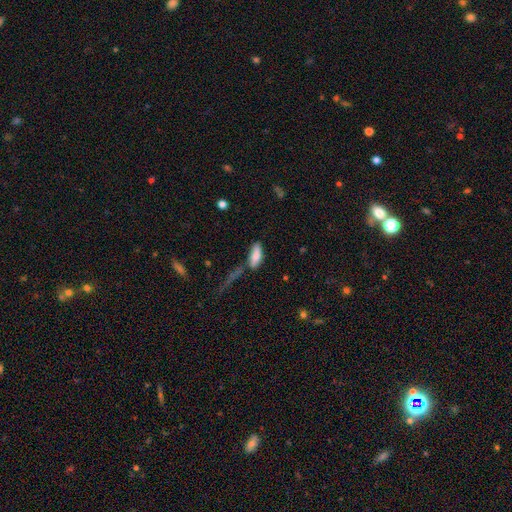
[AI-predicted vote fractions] smooth_or_featured: smooth (p=0.79) [alt: featured or disk p=0.14]
how_rounded: in between (p=0.69) [alt: cigar-shaped p=0.29]
merging: none (p=0.63) [alt: minor disturbance p=0.19]